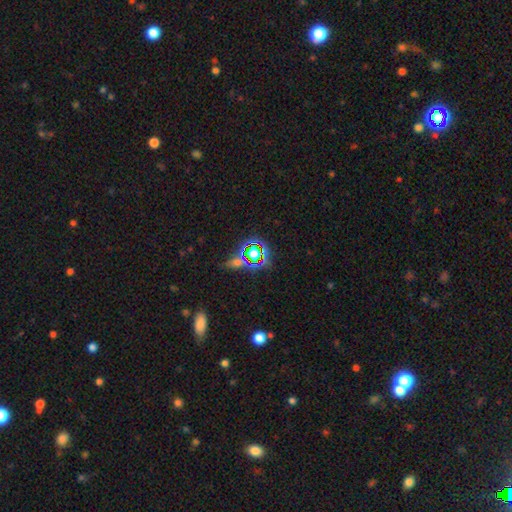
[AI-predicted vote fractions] Smooth or featured? star or artifact (58%)